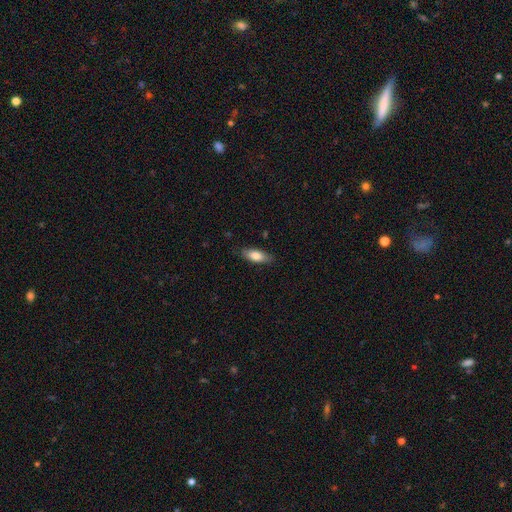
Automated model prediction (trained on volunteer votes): Smooth or featured?
  - smooth: 78% *
  - featured or disk: 15%
  - star or artifact: 6%
How rounded?
  - in between: 72% *
  - cigar-shaped: 26%
  - round: 2%
Merging?
  - none: 84% *
  - minor disturbance: 13%
  - major disturbance: 2%
  - merger: 1%